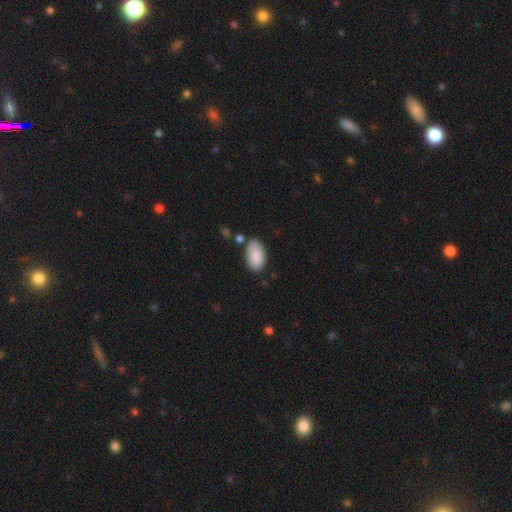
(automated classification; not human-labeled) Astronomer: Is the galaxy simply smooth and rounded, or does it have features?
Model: smooth — 86%.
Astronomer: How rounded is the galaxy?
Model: in between — 94%.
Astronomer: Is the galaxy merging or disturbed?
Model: none — 73%.